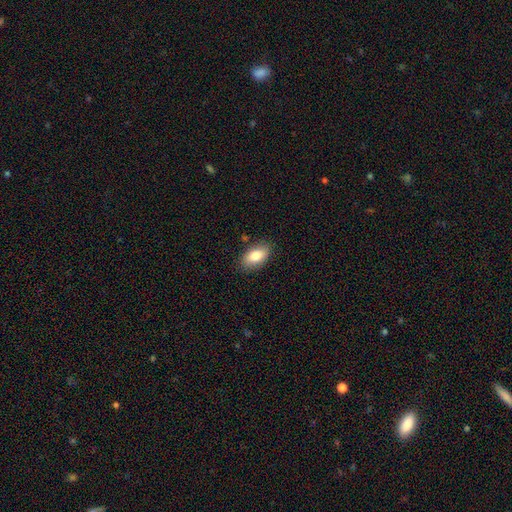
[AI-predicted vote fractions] Morphology: type=smooth (80%); roundness=in between (92%); merging=none (84%).